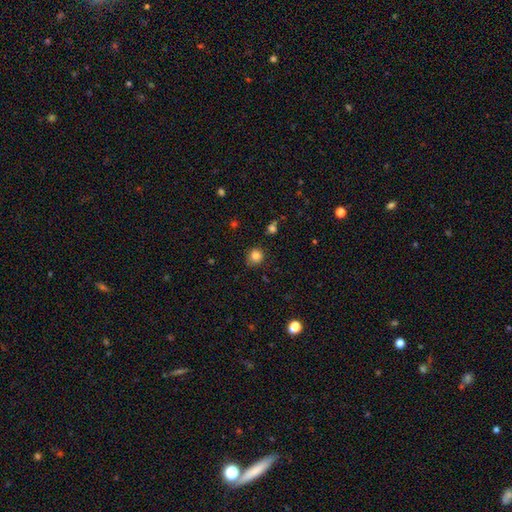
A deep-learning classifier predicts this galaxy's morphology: type=smooth (83%); roundness=round (85%); merging=none (82%).